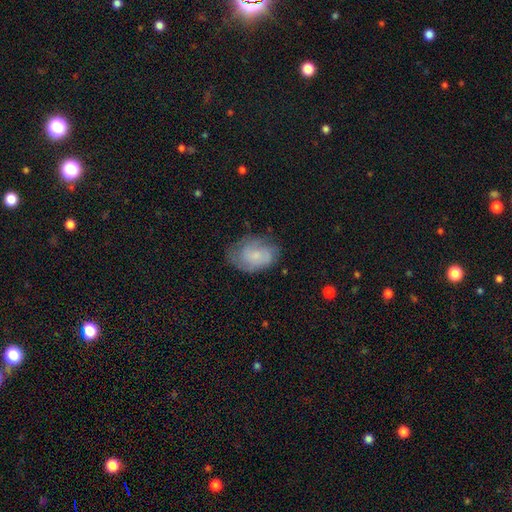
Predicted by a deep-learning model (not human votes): A smooth galaxy with no disk features (50%) that is in between round and cigar-shaped (81%). Merging: none (62%).